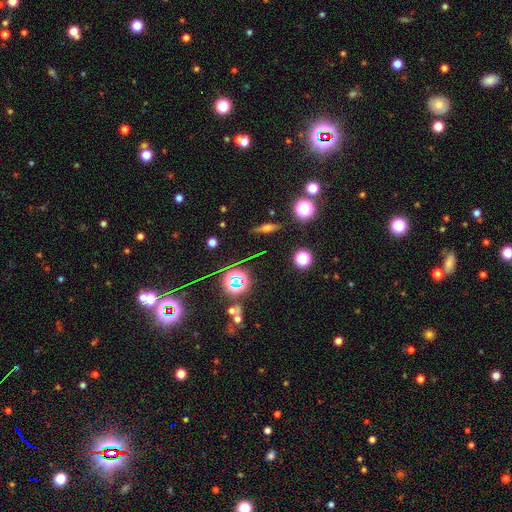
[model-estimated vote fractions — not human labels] Morphology: type=star or artifact (44%).